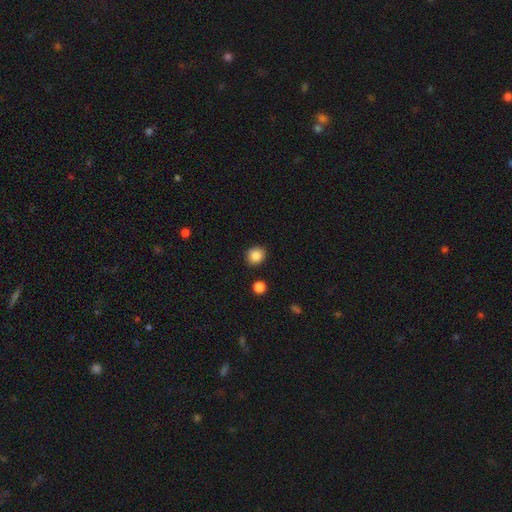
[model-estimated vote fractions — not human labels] smooth-or-featured: smooth: 87% | star or artifact: 10% | featured or disk: 4%
  how-rounded: round: 79% | in between: 20% | cigar-shaped: 1%
  merging: none: 88% | minor disturbance: 8% | merger: 2% | major disturbance: 2%